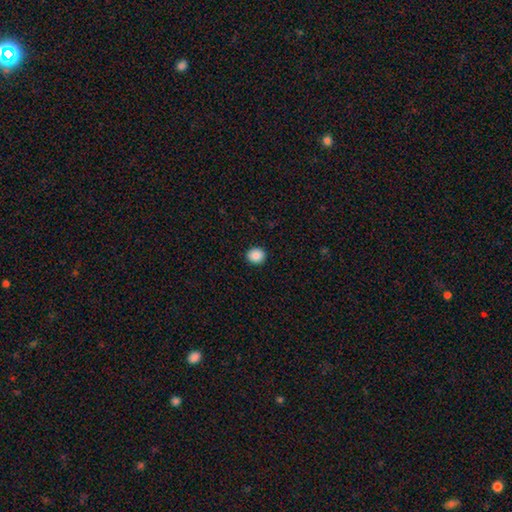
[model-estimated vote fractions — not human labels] This appears to be a smooth galaxy with no disk features (88%) that is round (84%). Merging: none (92%).